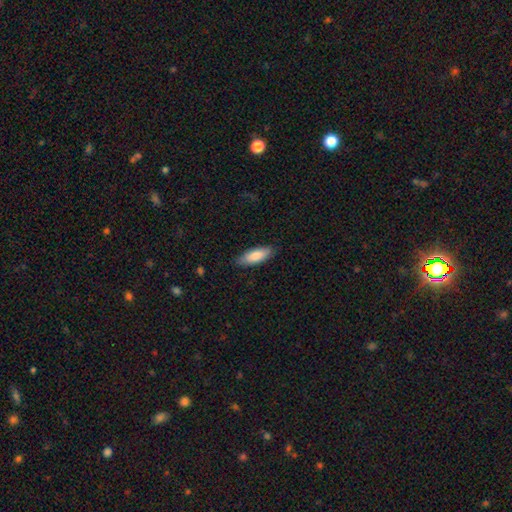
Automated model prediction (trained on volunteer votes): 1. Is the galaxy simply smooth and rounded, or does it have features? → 83% smooth, 12% featured or disk, 5% star or artifact.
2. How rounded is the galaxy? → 67% in between, 31% cigar-shaped, 2% round.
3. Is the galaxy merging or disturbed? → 85% none, 12% minor disturbance, 2% major disturbance, 1% merger.